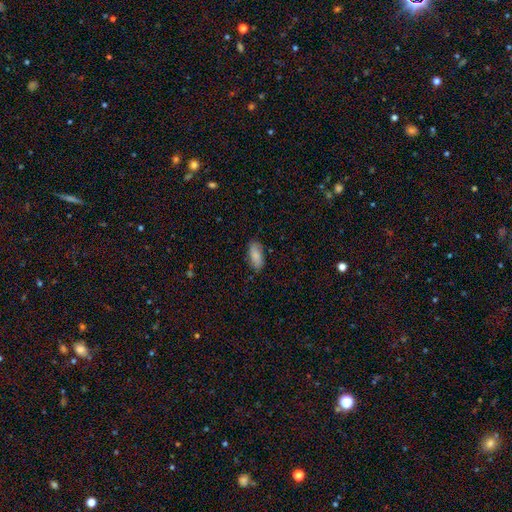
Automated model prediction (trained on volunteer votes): Smooth or featured?
  - smooth: 85% *
  - featured or disk: 8%
  - star or artifact: 6%
How rounded?
  - in between: 87% *
  - cigar-shaped: 11%
  - round: 2%
Merging?
  - none: 84% *
  - minor disturbance: 12%
  - major disturbance: 3%
  - merger: 1%